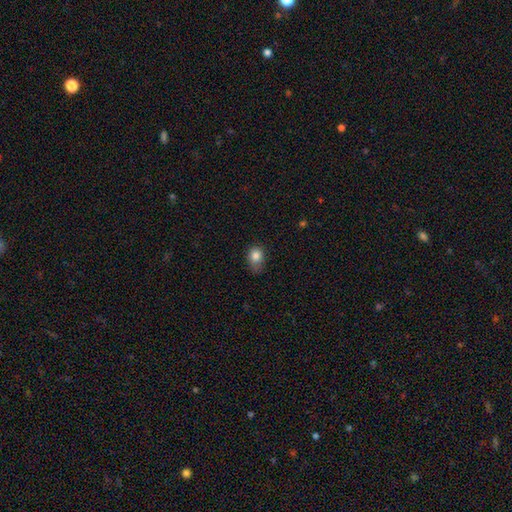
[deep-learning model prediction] Morphology: type=smooth (83%); roundness=in between (52%); merging=none (54%).